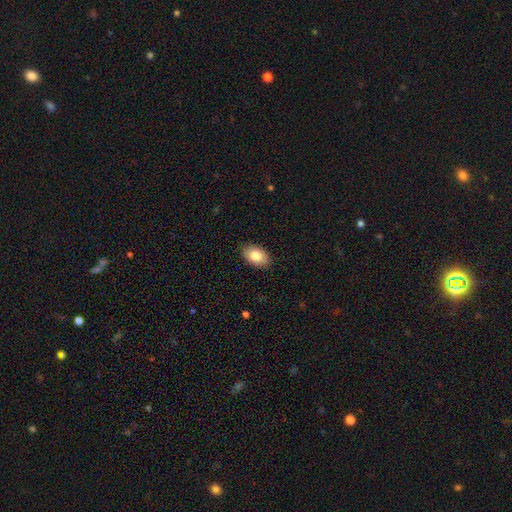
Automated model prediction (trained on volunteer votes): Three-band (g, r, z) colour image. It shows a smooth galaxy with no disk features (82%) that is in between round and cigar-shaped (91%). Merging: none (88%).